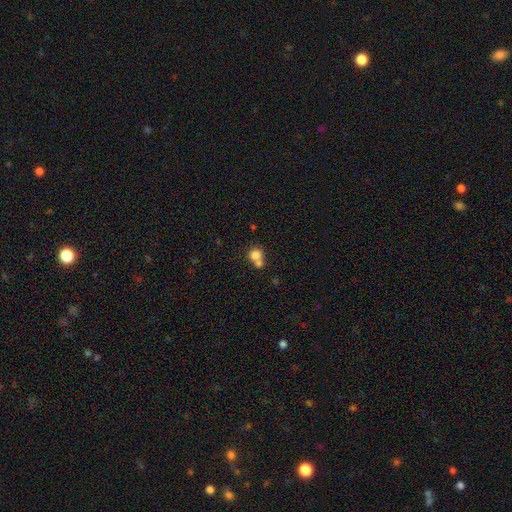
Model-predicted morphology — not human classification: type=smooth (79%); roundness=round (84%); merging=merger (50%).